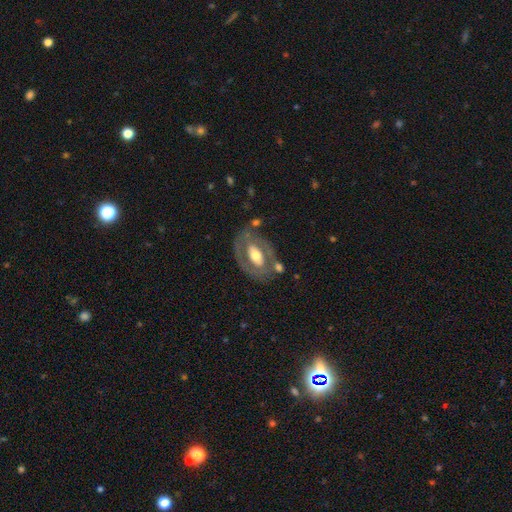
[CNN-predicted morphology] Overall: featured or disk (62%; smooth 33%). Edge-on disk: no (91%). Bar: no (51%; weak 26%). Spiral arms: no (72%). Bulge size: moderate (60%; large 25%). Merging: none (63%).